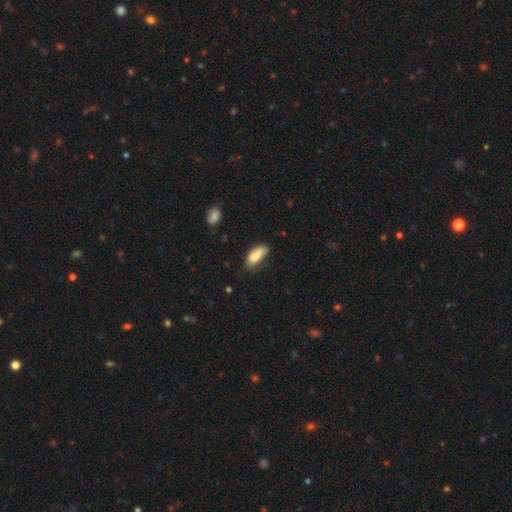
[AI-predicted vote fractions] Smooth or featured?
  - smooth: 85% *
  - featured or disk: 8%
  - star or artifact: 7%
How rounded?
  - in between: 85% *
  - cigar-shaped: 13%
  - round: 2%
Merging?
  - none: 55% *
  - minor disturbance: 34%
  - major disturbance: 9%
  - merger: 3%